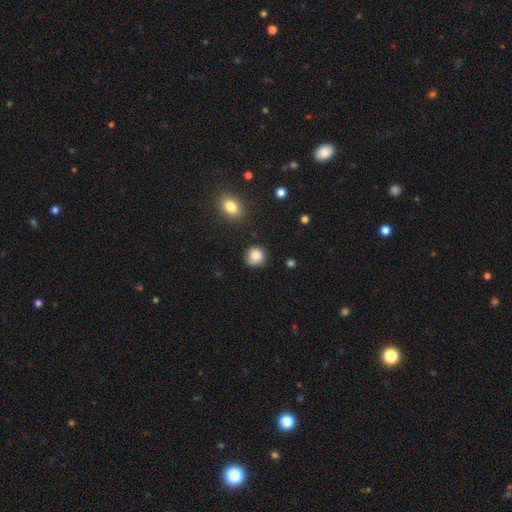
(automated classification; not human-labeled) smooth_or_featured: smooth (p=0.83) [alt: star or artifact p=0.09]
how_rounded: round (p=0.87) [alt: in between p=0.13]
merging: none (p=0.74) [alt: minor disturbance p=0.19]